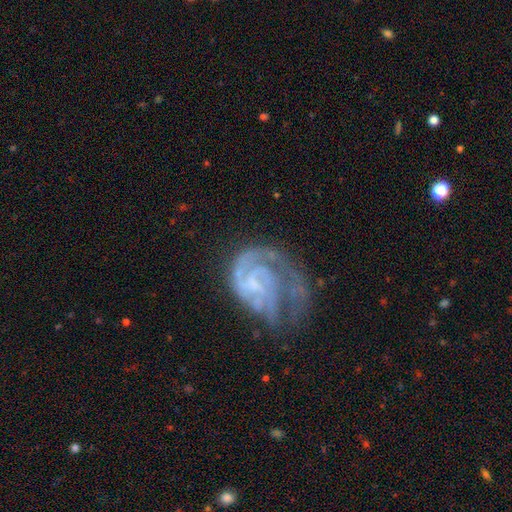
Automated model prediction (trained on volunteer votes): This is likely a featured or disk galaxy (78%). It is clearly not viewed edge-on (98%). Bar: likely no (64%). Spiral arm pattern: clearly yes (92%). Spiral arm count: marginally 2 (38%). Spiral winding: possibly tight (52%). Central bulge: likely small (64%). Merging: possibly none (47%).